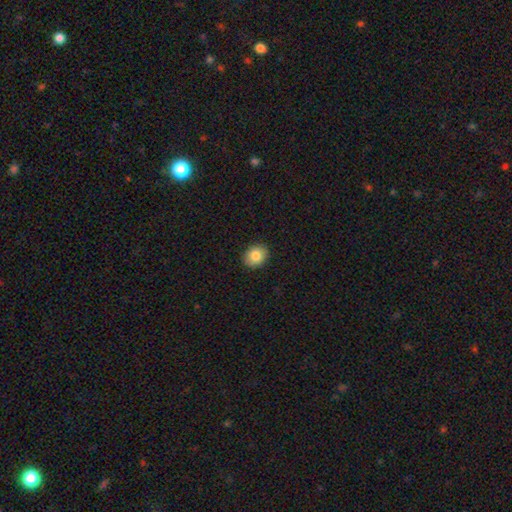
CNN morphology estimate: A smooth galaxy with no disk features (83%) that is round (56%). Merging: none (90%).